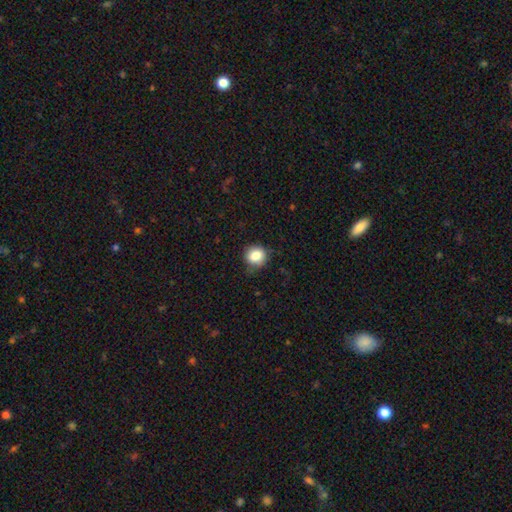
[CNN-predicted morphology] Smooth or featured?
  - smooth: 84% *
  - star or artifact: 10%
  - featured or disk: 7%
How rounded?
  - round: 85% *
  - in between: 14%
  - cigar-shaped: 1%
Merging?
  - none: 76% *
  - minor disturbance: 19%
  - major disturbance: 4%
  - merger: 1%